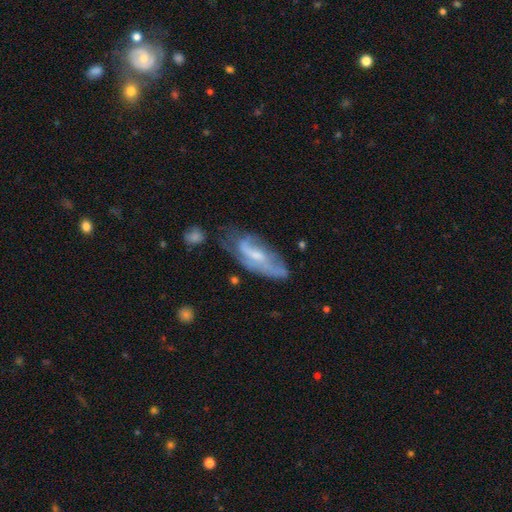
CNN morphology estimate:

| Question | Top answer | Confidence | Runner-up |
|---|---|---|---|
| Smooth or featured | featured or disk | 67% | smooth (26%) |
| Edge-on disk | no | 87% | yes (13%) |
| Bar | weak | 45% | no (41%) |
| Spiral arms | yes | 76% | no (24%) |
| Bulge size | small | 48% | moderate (38%) |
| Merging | none | 48% | minor disturbance (28%) |